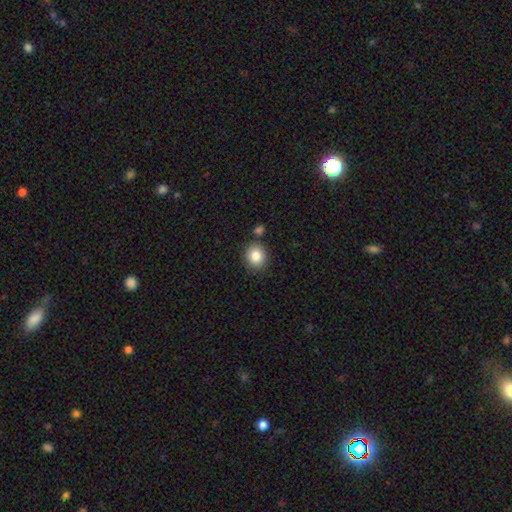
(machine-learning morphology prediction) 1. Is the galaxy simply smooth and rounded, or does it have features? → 85% smooth, 9% star or artifact, 6% featured or disk.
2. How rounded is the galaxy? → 77% round, 22% in between, 1% cigar-shaped.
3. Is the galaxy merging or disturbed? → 81% none, 9% minor disturbance, 7% merger, 3% major disturbance.